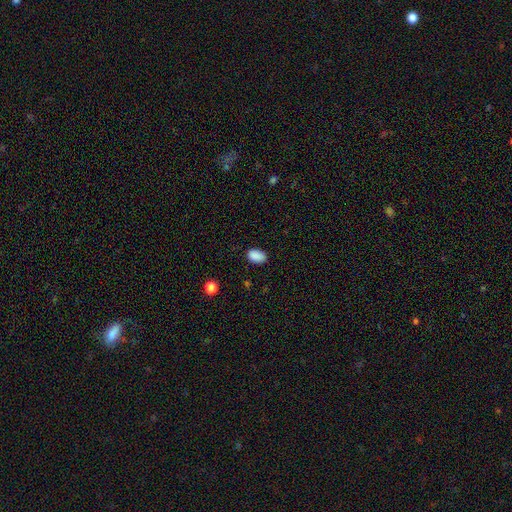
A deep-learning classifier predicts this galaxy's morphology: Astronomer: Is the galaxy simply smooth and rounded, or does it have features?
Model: smooth — 89%.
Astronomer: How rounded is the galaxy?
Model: in between — 89%.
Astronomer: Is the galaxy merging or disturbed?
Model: none — 84%.